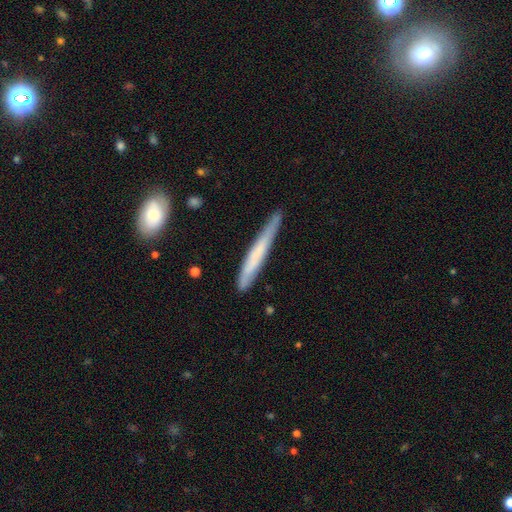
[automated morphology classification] Smooth or featured: smooth — 56% (featured or disk — 38%)
How rounded: cigar-shaped — 96% (in between — 3%)
Merging: none — 74% (minor disturbance — 20%)